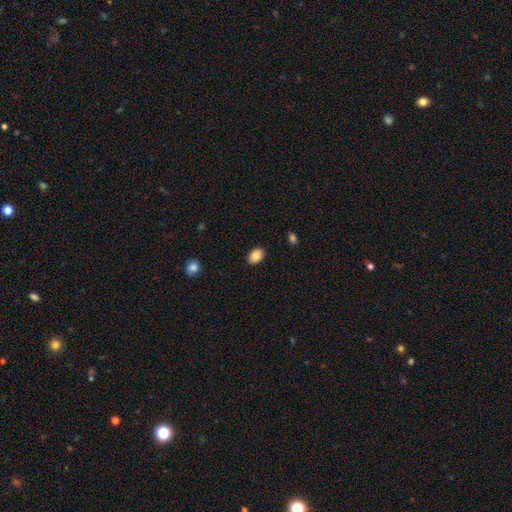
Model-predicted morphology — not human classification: Q: Smooth or featured?
A: smooth (84%); runner-up: featured or disk (8%)
Q: How rounded?
A: in between (83%); runner-up: round (16%)
Q: Merging?
A: none (88%); runner-up: minor disturbance (9%)